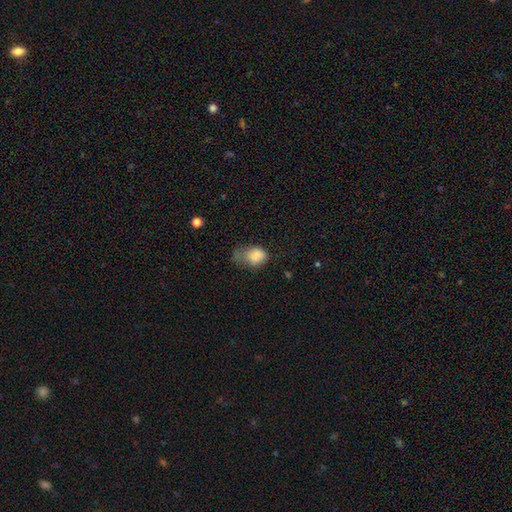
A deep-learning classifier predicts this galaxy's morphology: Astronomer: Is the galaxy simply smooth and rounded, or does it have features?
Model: smooth — 81%.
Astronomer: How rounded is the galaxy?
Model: in between — 69%.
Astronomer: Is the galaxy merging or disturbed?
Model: major disturbance — 34%, tied with minor disturbance at 34%.